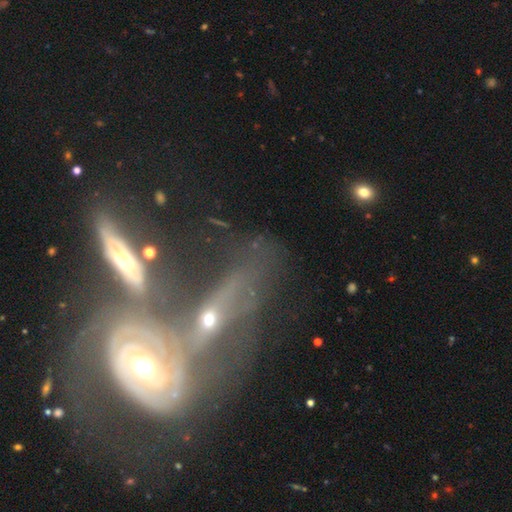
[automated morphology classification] smooth-or-featured: featured or disk: 75% | smooth: 15% | star or artifact: 10%
  disk-edge-on: no: 73% | yes: 27%
    bar: no: 67% | weak: 22% | strong: 11%
    has-spiral-arms: yes: 76% | no: 24%
    bulge-size: moderate: 57% | small: 33% | large: 6% | none: 3% | dominant: 2%
  merging: merger: 47% | none: 29% | minor disturbance: 13% | major disturbance: 11%